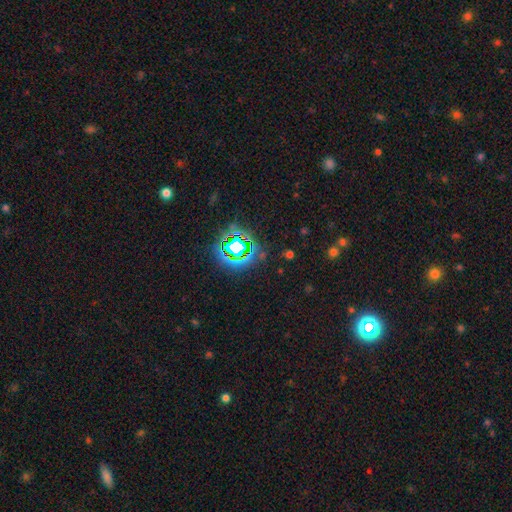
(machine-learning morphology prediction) type=star or artifact (74%).